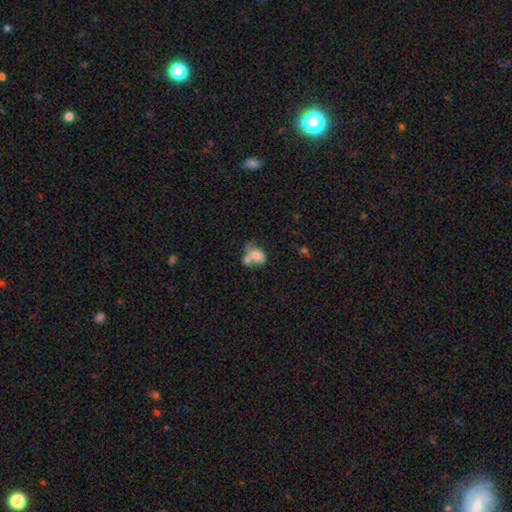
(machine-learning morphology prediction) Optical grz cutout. It shows a smooth galaxy with no disk features (72%) that is in between round and cigar-shaped (72%). Merging: merger (53%).